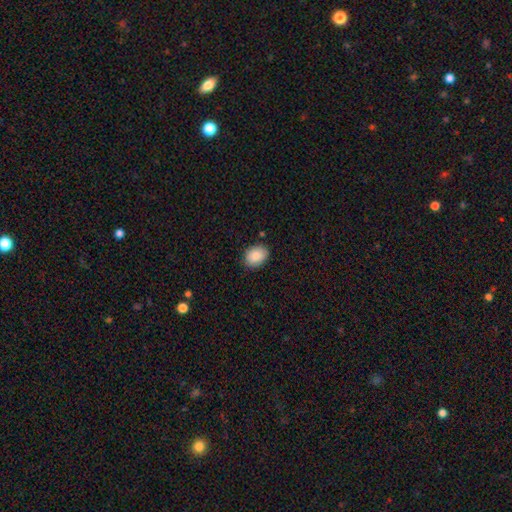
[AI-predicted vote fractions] Smooth or featured: smooth — 89% (star or artifact — 7%)
How rounded: in between — 75% (round — 24%)
Merging: none — 85% (minor disturbance — 11%)